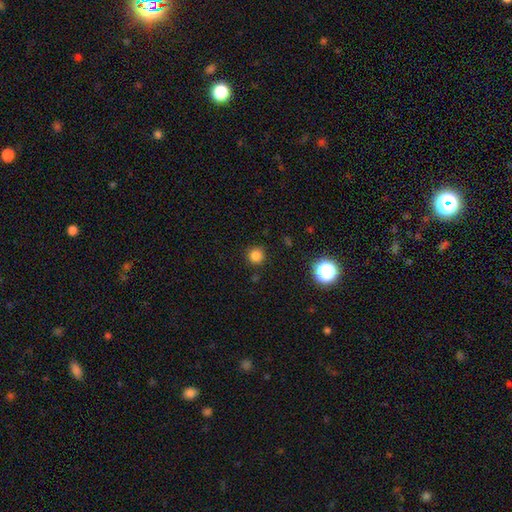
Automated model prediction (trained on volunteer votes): Q: Smooth or featured?
A: smooth (82%); runner-up: star or artifact (14%)
Q: How rounded?
A: round (94%); runner-up: in between (5%)
Q: Merging?
A: none (89%); runner-up: minor disturbance (7%)